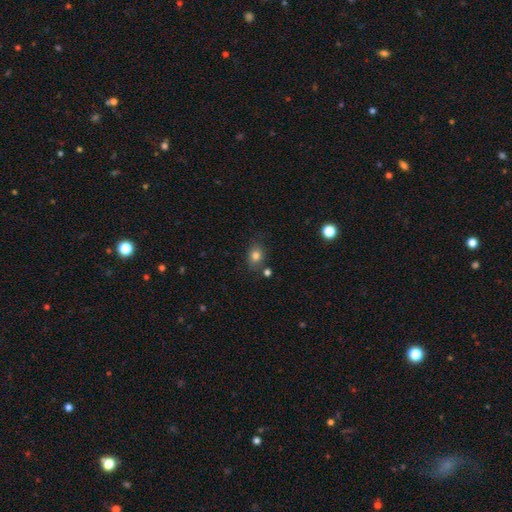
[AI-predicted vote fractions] Morphology: type=smooth (80%); roundness=round (52%); merging=none (75%).